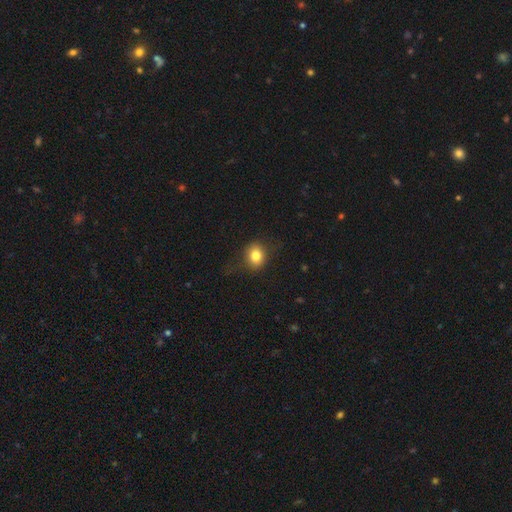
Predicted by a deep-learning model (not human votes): A smooth galaxy with no disk features (81%) that is round (60%). Merging: none (76%).